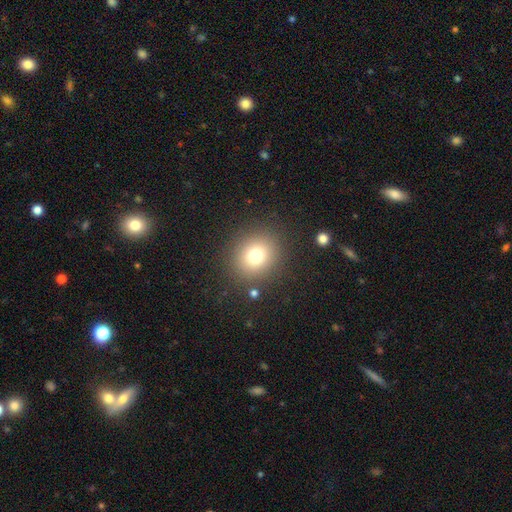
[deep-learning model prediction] Smooth or featured? smooth (75%)
How rounded? round (82%)
Merging? none (87%)